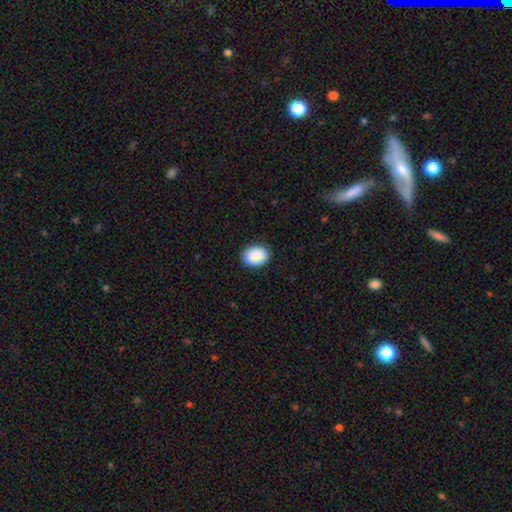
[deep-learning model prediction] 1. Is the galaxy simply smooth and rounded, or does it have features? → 90% smooth, 6% star or artifact, 3% featured or disk.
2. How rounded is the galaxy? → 72% in between, 27% round, 1% cigar-shaped.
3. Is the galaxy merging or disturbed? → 88% none, 9% minor disturbance, 2% major disturbance, 1% merger.